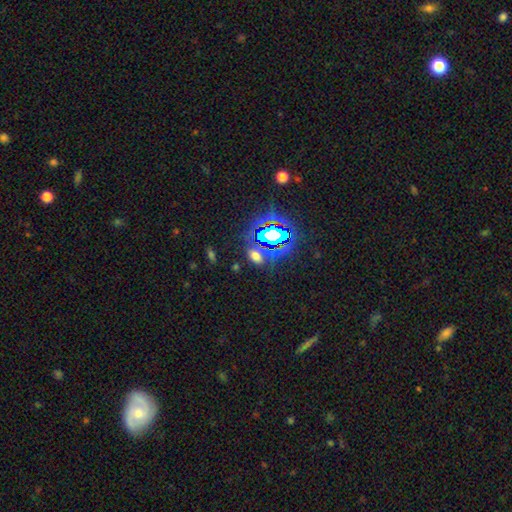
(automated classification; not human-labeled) A smooth galaxy with no disk features (51%) that is in between round and cigar-shaped (81%). Merging: none (74%).